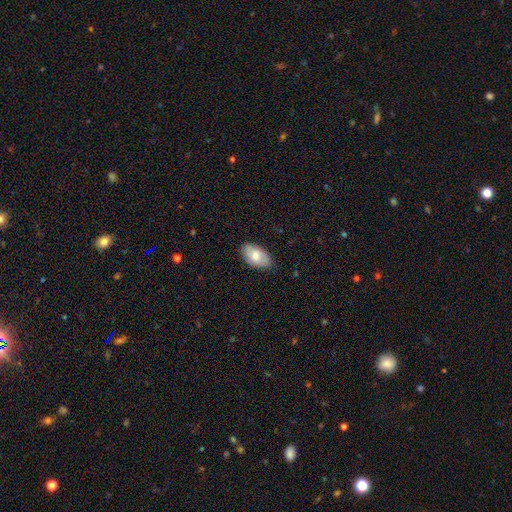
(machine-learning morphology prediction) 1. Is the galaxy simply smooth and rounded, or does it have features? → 74% smooth, 19% featured or disk, 6% star or artifact.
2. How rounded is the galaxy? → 94% in between, 4% round, 2% cigar-shaped.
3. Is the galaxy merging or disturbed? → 82% none, 15% minor disturbance, 2% major disturbance, 1% merger.